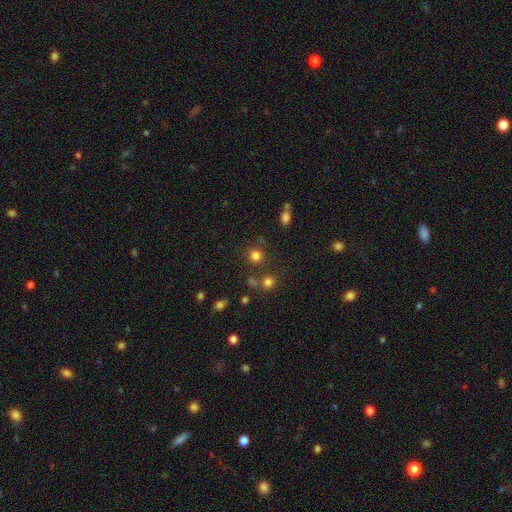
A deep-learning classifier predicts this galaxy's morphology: smooth_or_featured: smooth (p=0.78) [alt: star or artifact p=0.16]
how_rounded: round (p=0.91) [alt: in between p=0.08]
merging: none (p=0.77) [alt: merger p=0.10]